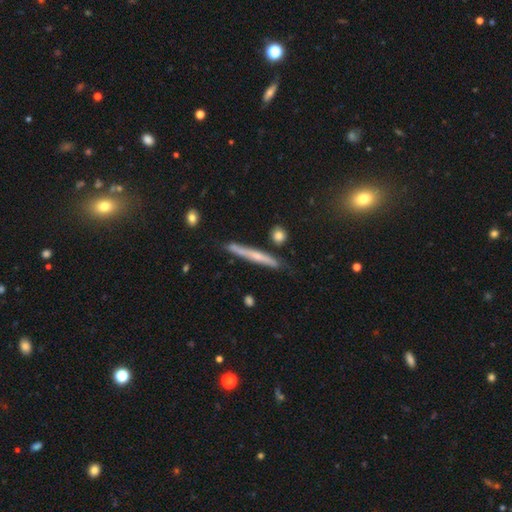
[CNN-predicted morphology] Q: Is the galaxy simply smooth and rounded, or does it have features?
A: featured or disk — 56%.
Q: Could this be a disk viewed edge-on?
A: yes — 94%.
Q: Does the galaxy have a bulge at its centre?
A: rounded — 49%.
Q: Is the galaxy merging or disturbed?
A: none — 80%.